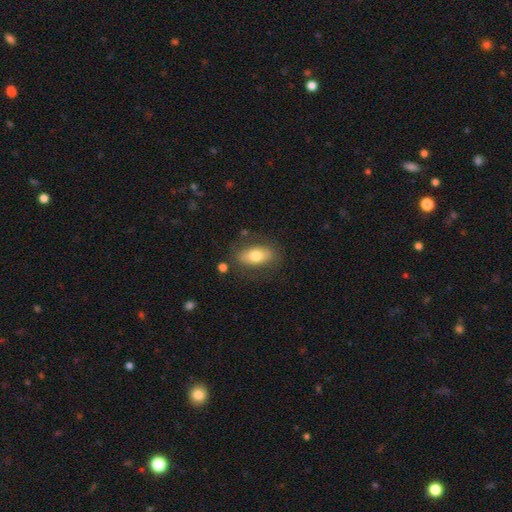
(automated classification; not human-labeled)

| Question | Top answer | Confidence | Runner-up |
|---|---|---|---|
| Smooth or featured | smooth | 69% | featured or disk (24%) |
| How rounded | in between | 87% | cigar-shaped (7%) |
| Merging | none | 78% | minor disturbance (14%) |